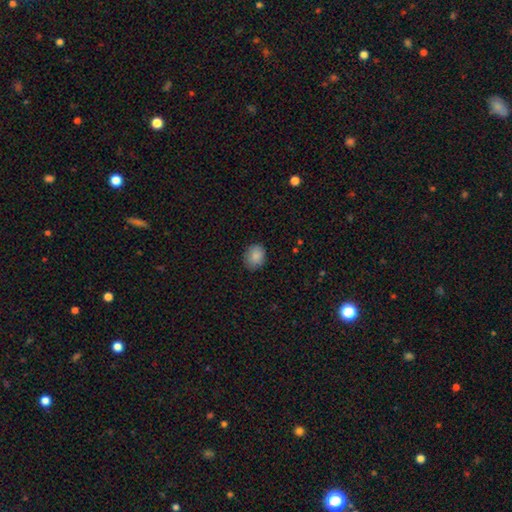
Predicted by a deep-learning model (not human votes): smooth-or-featured: smooth: 87% | star or artifact: 8% | featured or disk: 5%
  how-rounded: round: 56% | in between: 43% | cigar-shaped: 1%
  merging: none: 84% | minor disturbance: 13% | major disturbance: 3% | merger: 1%